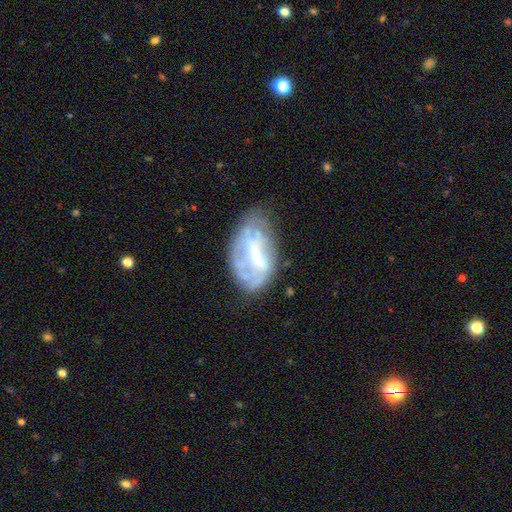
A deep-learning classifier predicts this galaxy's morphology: This appears to be a featured or disk galaxy (65%) with a weak bar (46%), no spiral arms (53%) and a moderate central bulge (44%). Merging: none (51%).